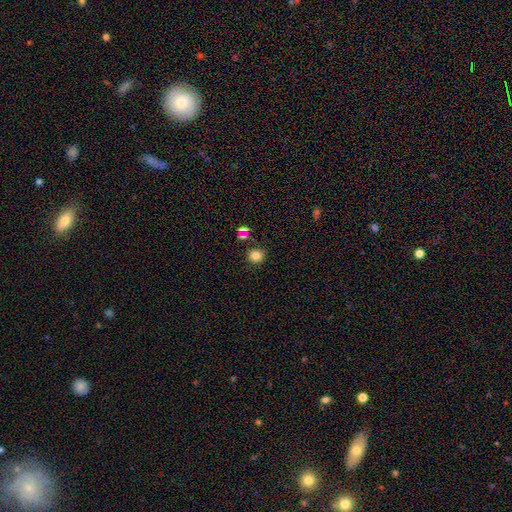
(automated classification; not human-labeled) smooth_or_featured: smooth (p=0.81) [alt: star or artifact p=0.14]
how_rounded: round (p=0.87) [alt: in between p=0.12]
merging: none (p=0.83) [alt: minor disturbance p=0.08]